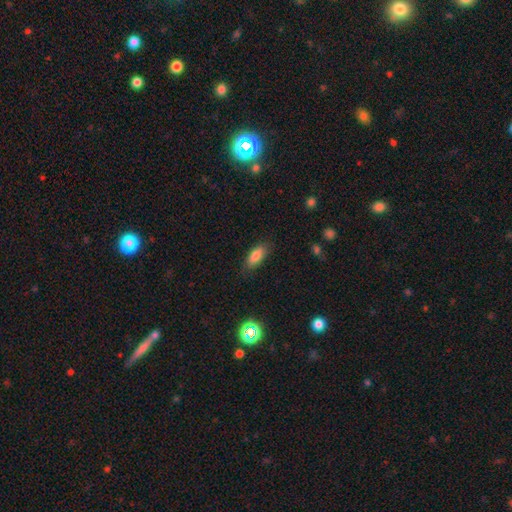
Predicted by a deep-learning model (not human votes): smooth_or_featured: smooth (p=0.83) [alt: featured or disk p=0.09]
how_rounded: in between (p=0.81) [alt: cigar-shaped p=0.16]
merging: none (p=0.83) [alt: minor disturbance p=0.13]